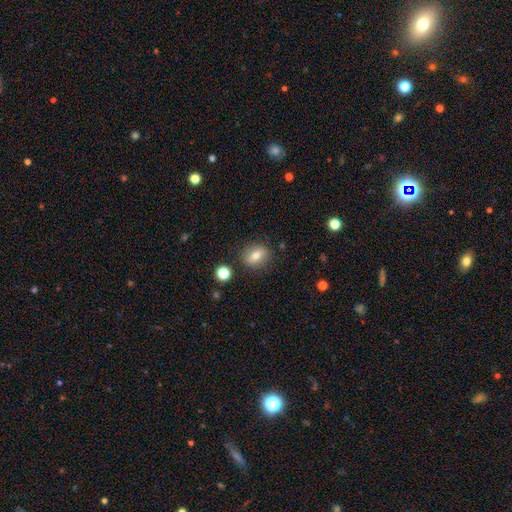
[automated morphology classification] Smooth or featured? Predicted: smooth (p=0.74). How rounded? Predicted: in between (p=0.55). Merging? Predicted: none (p=0.84).